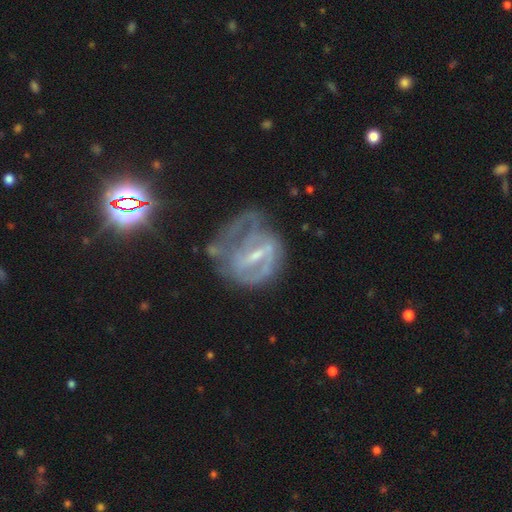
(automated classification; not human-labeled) Morphology: type=featured or disk (77%); edge-on=no (96%); bar=weak (44%); spiral arms=yes (73%); winding=tight (43%); arm count=2 (38%, tied with can't tell); bulge=small (55%); merging=none (37%).